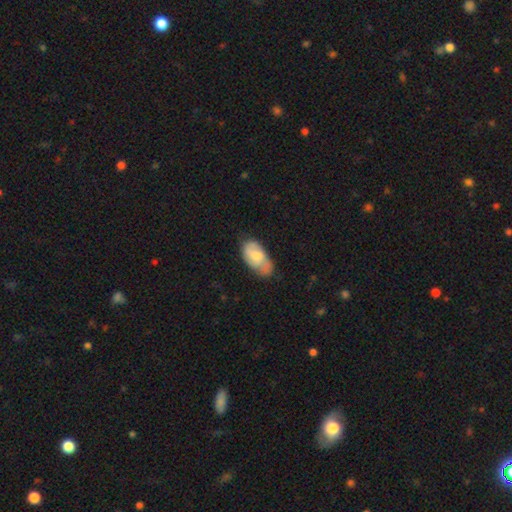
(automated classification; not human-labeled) A smooth galaxy with no disk features (61%) that is in between round and cigar-shaped (94%). Merging: none (52%).